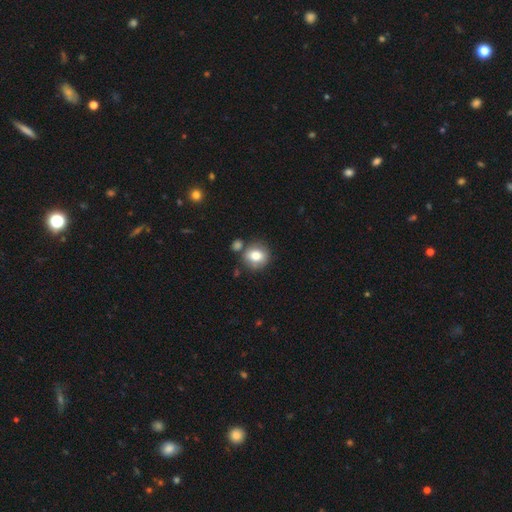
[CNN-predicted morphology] The model was most divided on "merging": none: 67%, merger: 16%, minor disturbance: 13%, major disturbance: 4%. More confident: how rounded — round (78%); smooth or featured — smooth (78%).